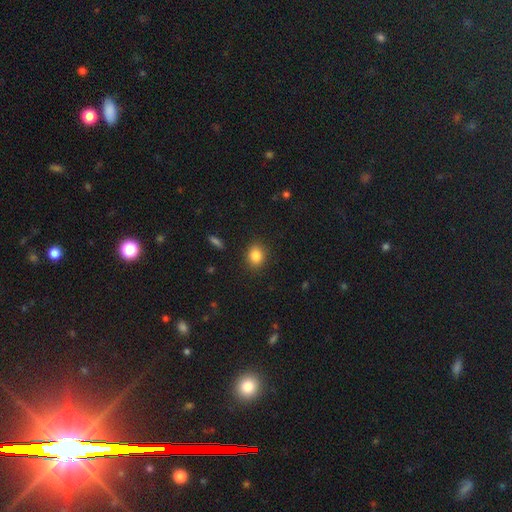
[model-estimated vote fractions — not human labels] Morphology: type=smooth (84%); roundness=round (61%); merging=none (89%).